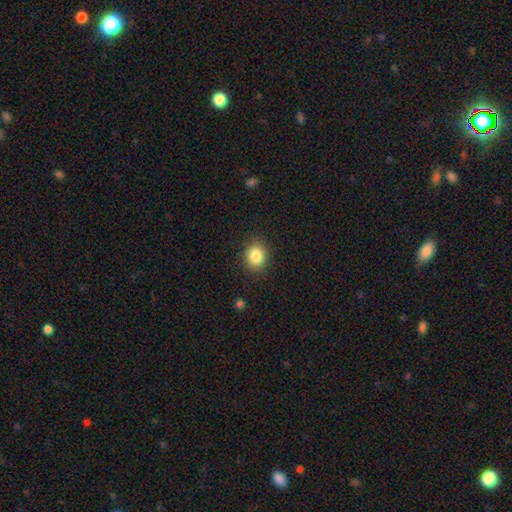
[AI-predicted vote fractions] The model was most divided on "how rounded": round: 65%, in between: 34%, cigar-shaped: 1%. More confident: merging — none (88%); smooth or featured — smooth (85%).